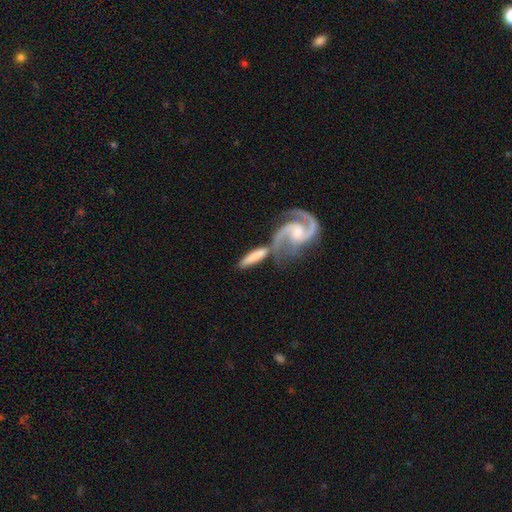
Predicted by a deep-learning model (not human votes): A smooth galaxy with no disk features (49%). Merging: merger (41%).